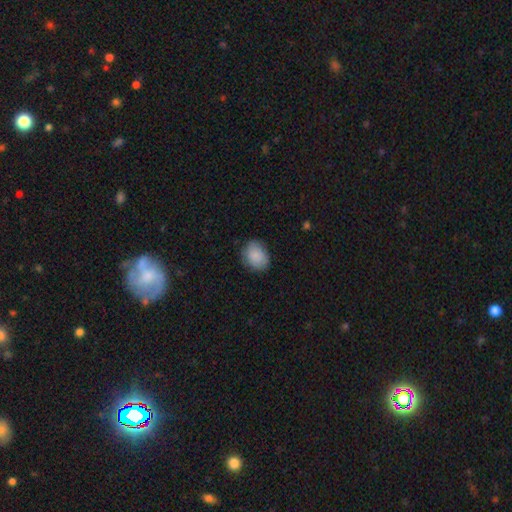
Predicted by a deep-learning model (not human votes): The model was most divided on "how rounded": round: 51%, in between: 48%, cigar-shaped: 1%. More confident: smooth or featured — smooth (86%); merging — none (79%).